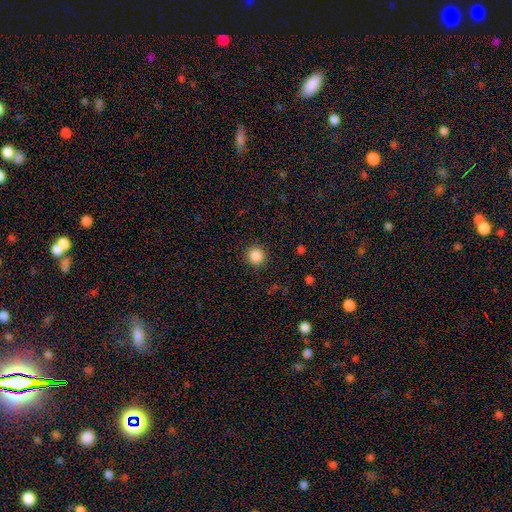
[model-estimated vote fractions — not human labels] smooth-or-featured: smooth: 87% | star or artifact: 10% | featured or disk: 3%
  how-rounded: round: 94% | in between: 5% | cigar-shaped: 1%
  merging: none: 91% | minor disturbance: 6% | major disturbance: 2% | merger: 1%